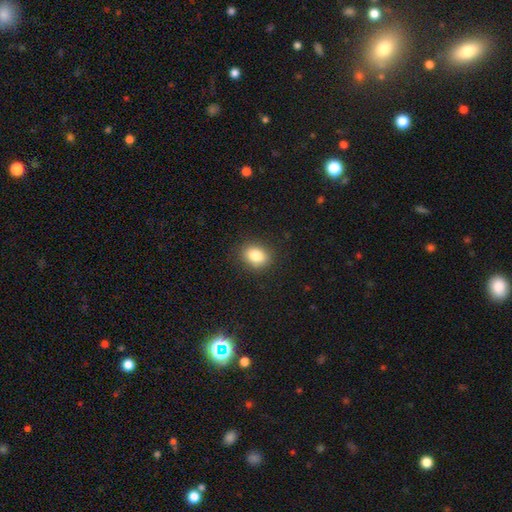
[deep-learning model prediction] Smooth or featured?
  - smooth: 84% *
  - star or artifact: 10%
  - featured or disk: 7%
How rounded?
  - in between: 62% *
  - round: 37%
  - cigar-shaped: 1%
Merging?
  - none: 87% *
  - minor disturbance: 9%
  - major disturbance: 3%
  - merger: 1%